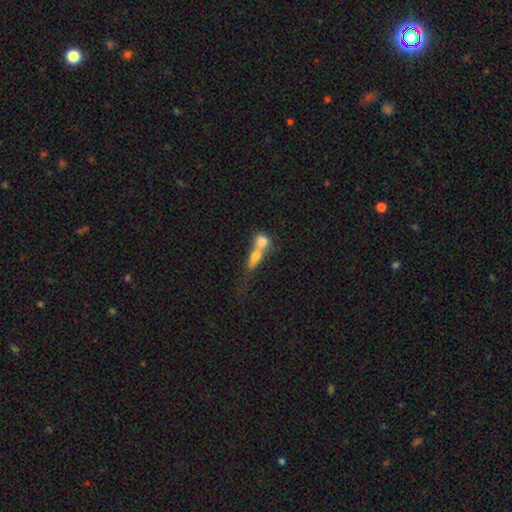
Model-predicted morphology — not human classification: smooth-or-featured: smooth: 64% | featured or disk: 25% | star or artifact: 10%
  how-rounded: in between: 44% | round: 35% | cigar-shaped: 21%
  merging: merger: 71% | none: 16% | major disturbance: 6% | minor disturbance: 6%